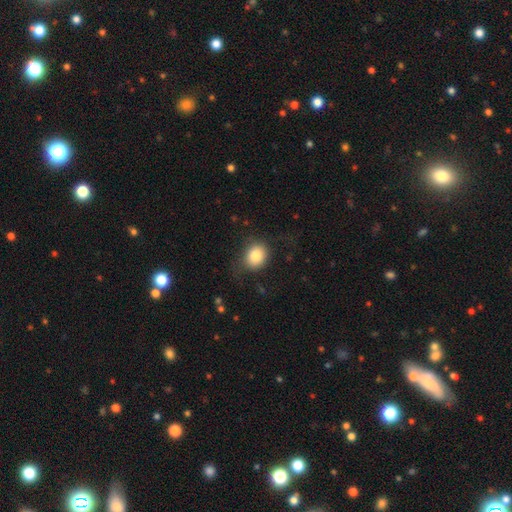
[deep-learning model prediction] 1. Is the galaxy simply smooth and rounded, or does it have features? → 81% smooth, 10% featured or disk, 9% star or artifact.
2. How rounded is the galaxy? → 67% round, 32% in between, 1% cigar-shaped.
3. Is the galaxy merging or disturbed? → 71% none, 18% minor disturbance, 9% major disturbance, 1% merger.